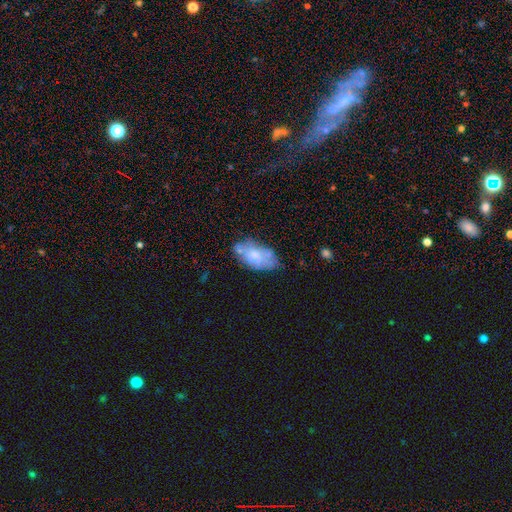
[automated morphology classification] smooth_or_featured: smooth (p=0.50) [alt: featured or disk p=0.41]
how_rounded: in between (p=0.93) [alt: round p=0.04]
merging: none (p=0.54) [alt: minor disturbance p=0.27]